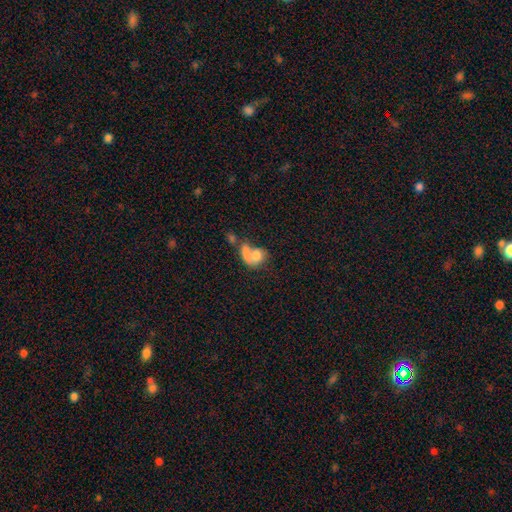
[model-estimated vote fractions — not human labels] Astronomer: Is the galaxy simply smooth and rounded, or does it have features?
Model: smooth — 70%.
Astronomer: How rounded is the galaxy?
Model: in between — 63%.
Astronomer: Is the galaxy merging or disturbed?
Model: merger — 61%.